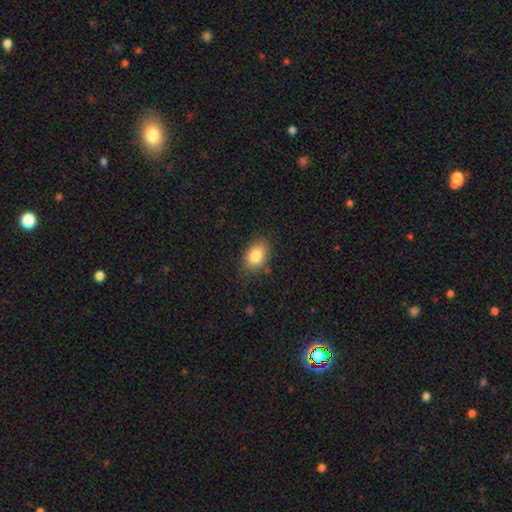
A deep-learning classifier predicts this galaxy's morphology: smooth 83%, featured or disk 9%, star or artifact 8%. Down the decision tree: how rounded — in between (82%); merging — none (80%).